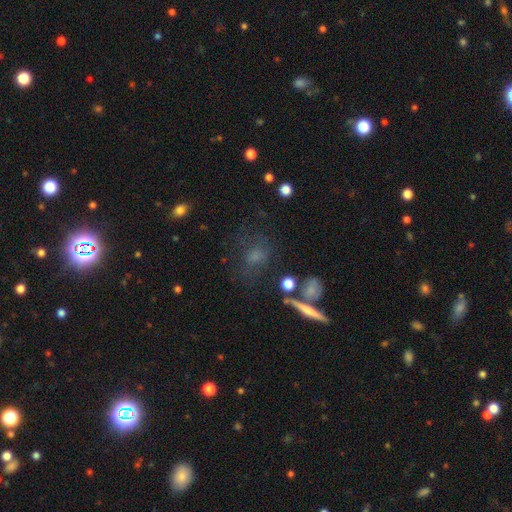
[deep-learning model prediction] smooth_or_featured: smooth (p=0.52) [alt: featured or disk p=0.26]
how_rounded: round (p=0.53) [alt: in between p=0.40]
merging: none (p=0.58) [alt: minor disturbance p=0.18]